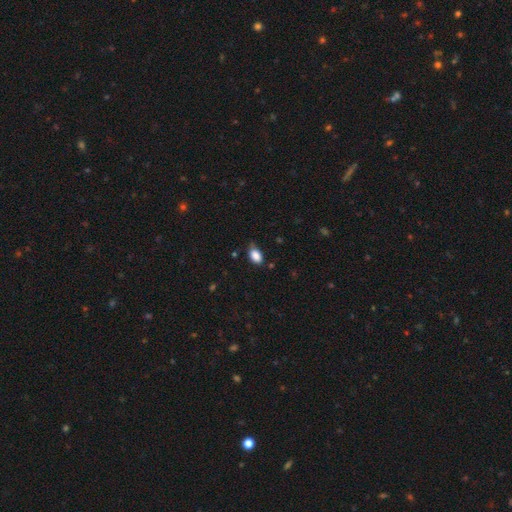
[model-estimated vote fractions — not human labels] smooth-or-featured: smooth: 88% | star or artifact: 8% | featured or disk: 4%
  how-rounded: in between: 91% | round: 7% | cigar-shaped: 2%
  merging: none: 66% | minor disturbance: 28% | major disturbance: 5% | merger: 2%